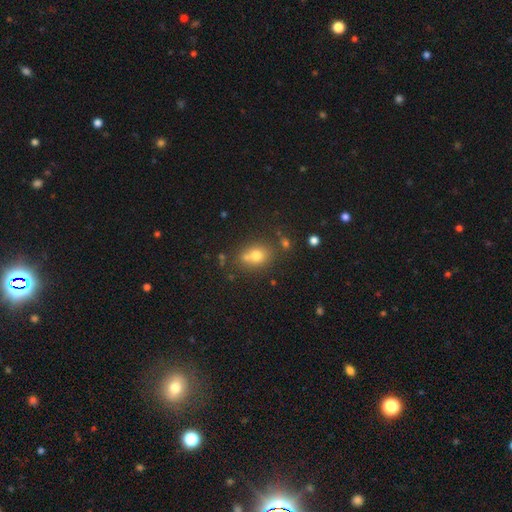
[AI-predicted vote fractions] The model was most divided on "how rounded": round: 59%, in between: 40%, cigar-shaped: 1%. More confident: smooth or featured — smooth (72%); merging — none (52%).